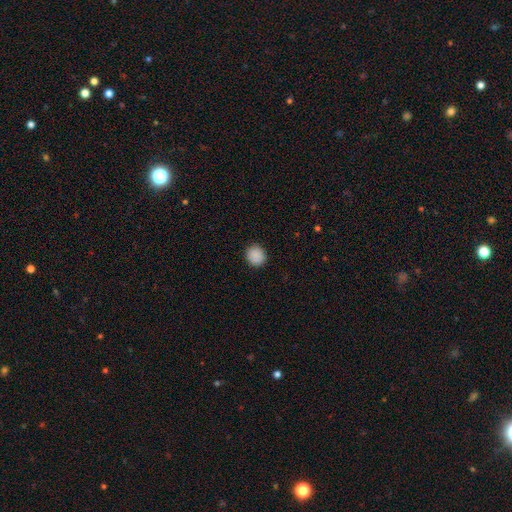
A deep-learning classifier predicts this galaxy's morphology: This appears to be a smooth galaxy with no disk features (89%) that is round (89%). Merging: none (90%).